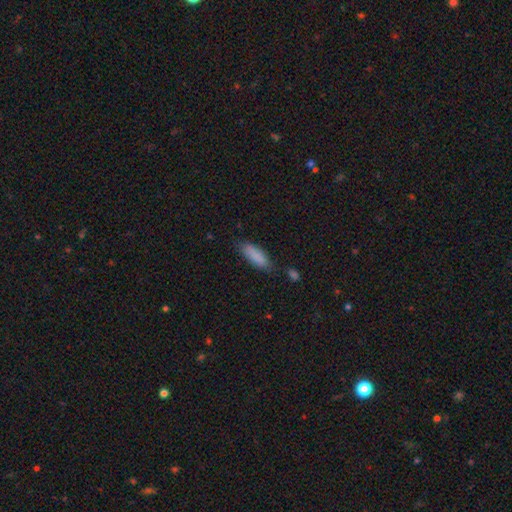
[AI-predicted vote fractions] smooth 87%, star or artifact 7%, featured or disk 6%. Down the decision tree: how rounded — in between (56%); merging — none (75%).